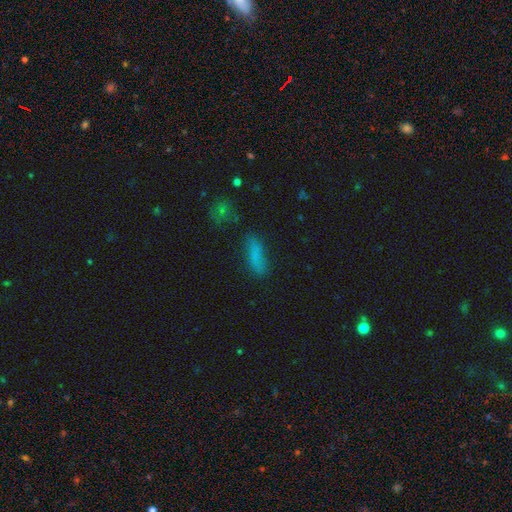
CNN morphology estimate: smooth 77%, star or artifact 12%, featured or disk 11%. Down the decision tree: how rounded — cigar-shaped (56%); merging — none (70%).